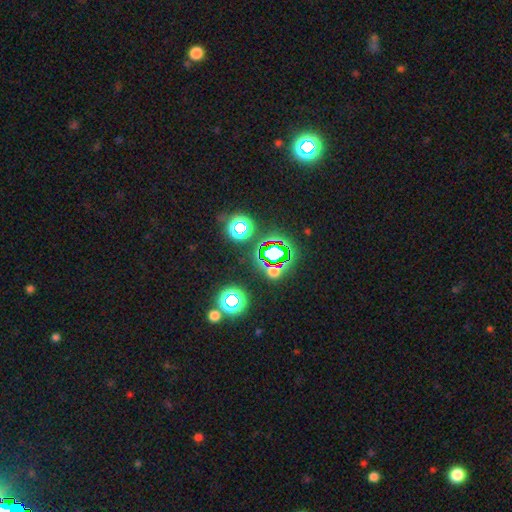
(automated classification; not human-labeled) Smooth or featured: star or artifact — 77% (smooth — 16%)